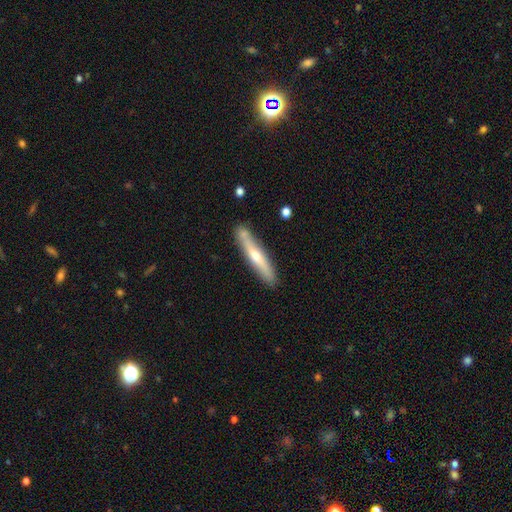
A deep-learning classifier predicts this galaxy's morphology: A featured or disk galaxy (48%).

Vote fractions:
- Smooth or featured? featured or disk: 48% / smooth: 47% / star or artifact: 5%
- Merging? none: 80% / minor disturbance: 12% / merger: 5% / major disturbance: 2%